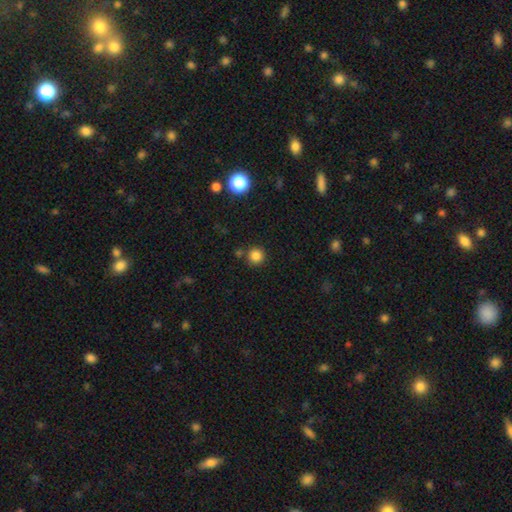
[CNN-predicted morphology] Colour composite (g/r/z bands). It shows a smooth galaxy with no disk features (84%) that is round (95%). Merging: none (84%).